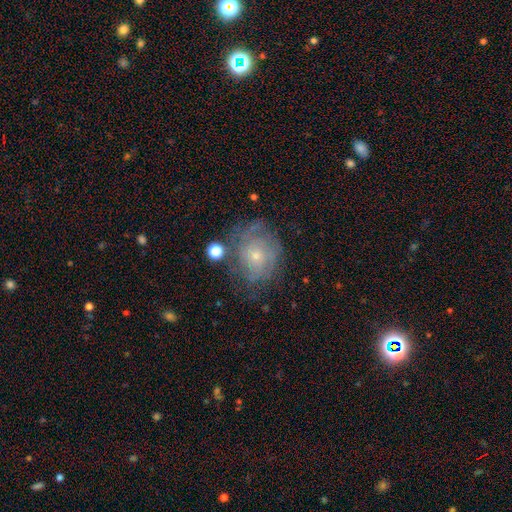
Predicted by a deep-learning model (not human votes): Smooth or featured: featured or disk — 65% (smooth — 25%)
Edge-on disk: no — 97% (yes — 3%)
Bar: no — 82% (weak — 16%)
Spiral arms: yes — 81% (no — 19%)
Spiral winding: tight — 64% (medium — 26%)
Spiral arm count: can't tell — 55% (2 — 15%)
Bulge size: small — 70% (moderate — 25%)
Merging: none — 64% (minor disturbance — 21%)